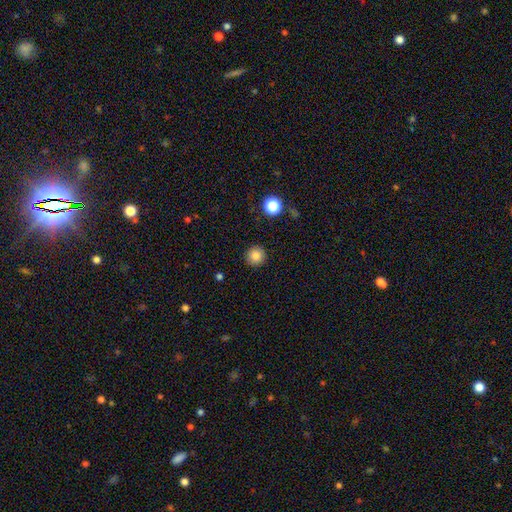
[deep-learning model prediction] This is clearly a smooth galaxy (85%). How rounded: clearly round (95%). Merging: clearly none (92%).